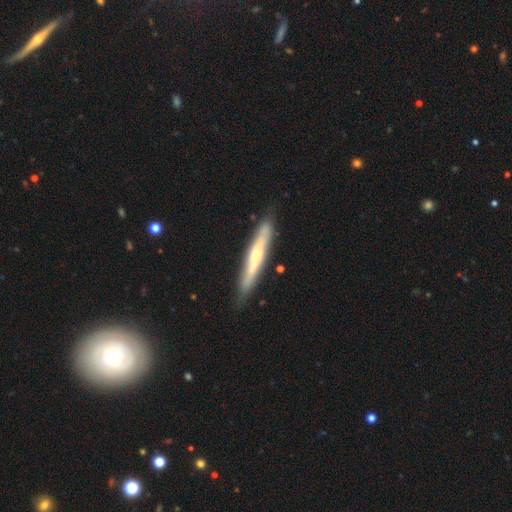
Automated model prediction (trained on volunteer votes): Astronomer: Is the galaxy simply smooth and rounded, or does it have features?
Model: featured or disk — 55% (runner-up: smooth, 39%).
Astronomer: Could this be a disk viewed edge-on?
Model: yes — 88%.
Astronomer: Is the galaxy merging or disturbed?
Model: none — 82%.